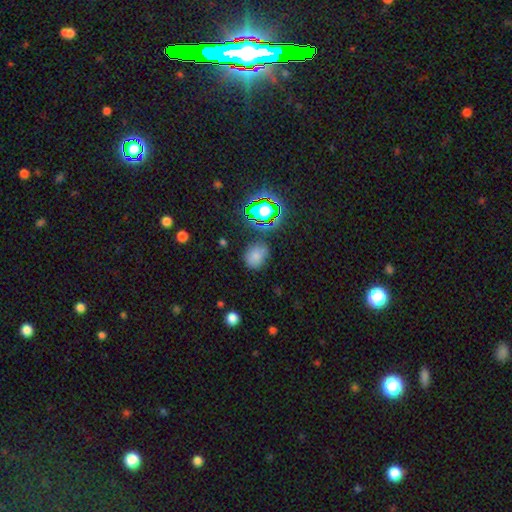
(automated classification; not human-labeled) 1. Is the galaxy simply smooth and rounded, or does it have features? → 71% smooth, 21% star or artifact, 8% featured or disk.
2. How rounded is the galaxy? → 52% round, 47% in between, 1% cigar-shaped.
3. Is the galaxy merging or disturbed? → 67% none, 21% minor disturbance, 6% major disturbance, 5% merger.